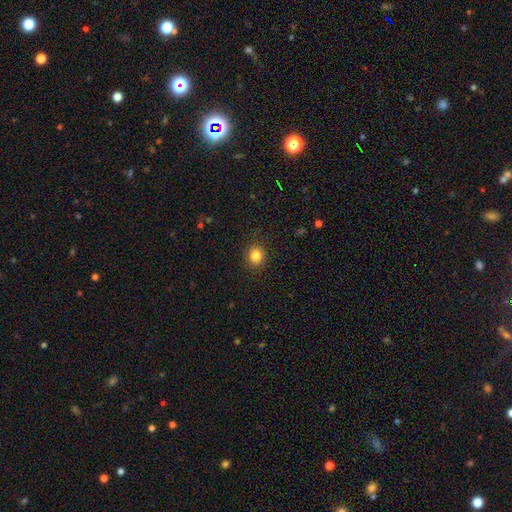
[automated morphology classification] type=smooth (83%); roundness=round (87%); merging=none (91%).